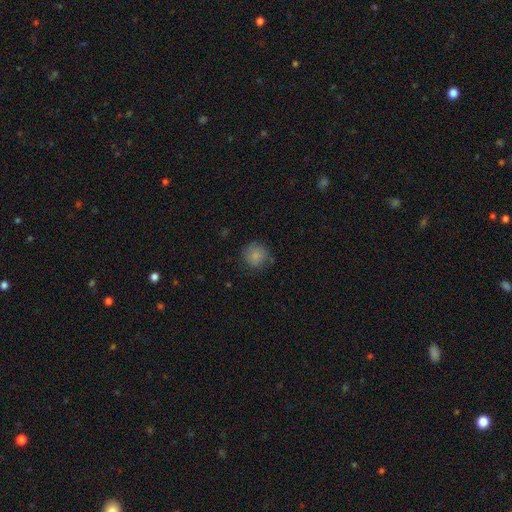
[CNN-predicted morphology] This is clearly a smooth galaxy (83%). How rounded: clearly round (93%). Merging: clearly none (80%).